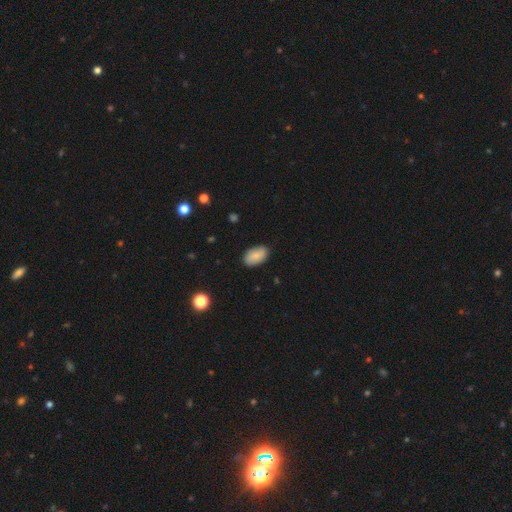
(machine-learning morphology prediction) smooth-or-featured: smooth: 84% | featured or disk: 9% | star or artifact: 7%
  how-rounded: in between: 94% | round: 4% | cigar-shaped: 2%
  merging: none: 87% | minor disturbance: 10% | major disturbance: 2% | merger: 1%